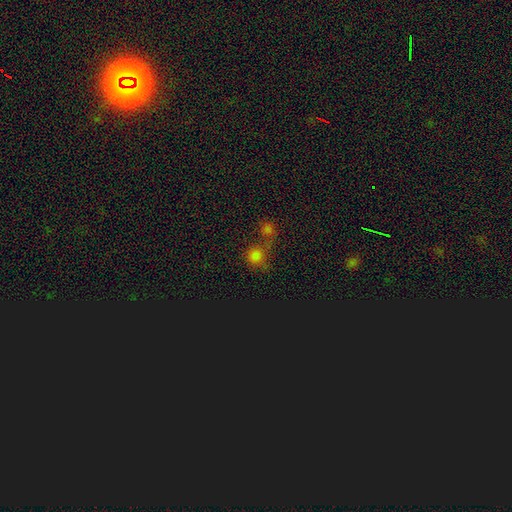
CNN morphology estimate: Smooth or featured? Predicted: smooth (p=0.67). How rounded? Predicted: round (p=0.86). Merging? Predicted: merger (p=0.44).